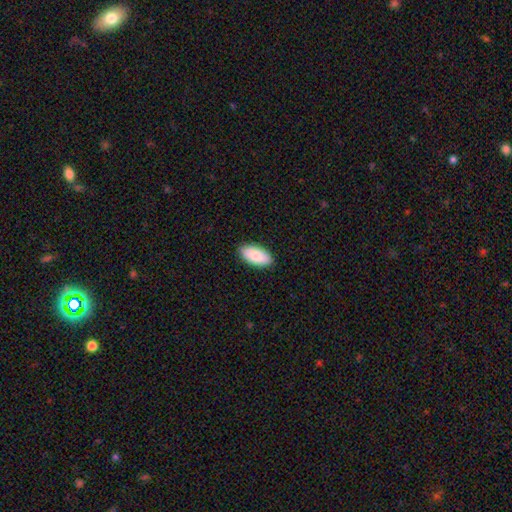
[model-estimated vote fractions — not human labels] The model was most divided on "smooth or featured": smooth: 86%, featured or disk: 8%, star or artifact: 6%. More confident: how rounded — in between (94%); merging — none (89%).